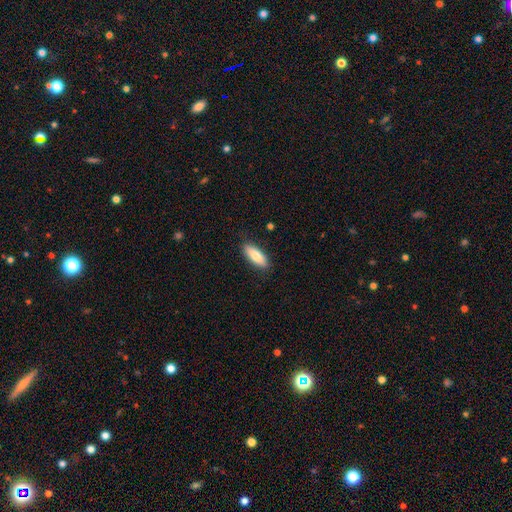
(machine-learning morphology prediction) A smooth galaxy with no disk features (80%) that is in between round and cigar-shaped (68%).

Vote fractions:
- Smooth or featured? smooth: 80% / featured or disk: 14% / star or artifact: 6%
- How rounded? in between: 68% / cigar-shaped: 30% / round: 2%
- Merging? none: 87% / minor disturbance: 10% / major disturbance: 2% / merger: 1%